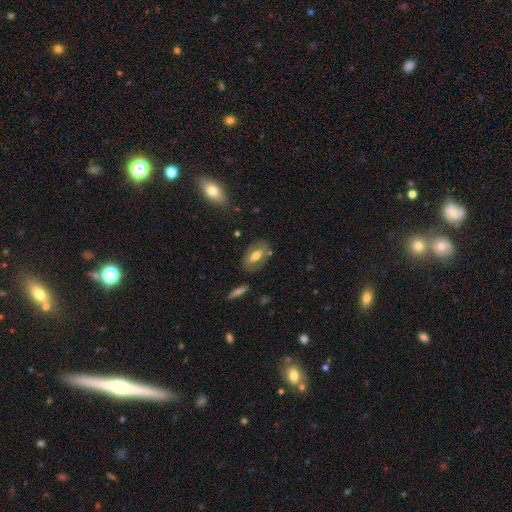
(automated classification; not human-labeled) Smooth or featured? smooth (48%)
Merging? none (74%)